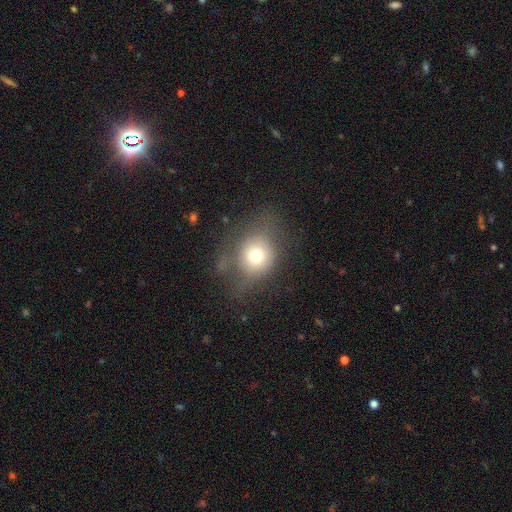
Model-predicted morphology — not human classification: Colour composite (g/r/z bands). It shows a smooth galaxy with no disk features (66%) that is round (65%). Merging: none (47%).